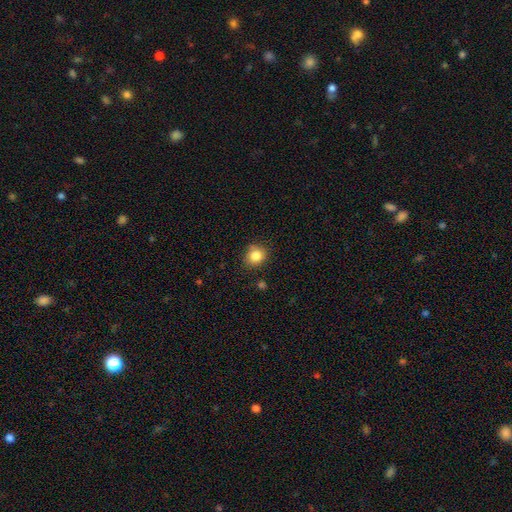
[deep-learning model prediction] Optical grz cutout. It shows a smooth galaxy with no disk features (85%) that is round (80%). Merging: none (83%).